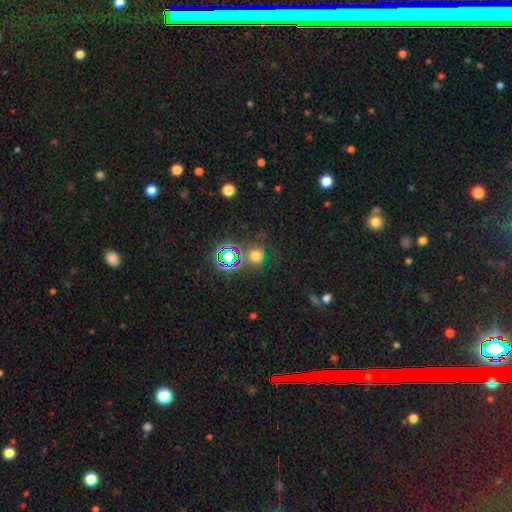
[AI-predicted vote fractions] Morphology: type=smooth (55%); roundness=round (83%); merging=none (69%).